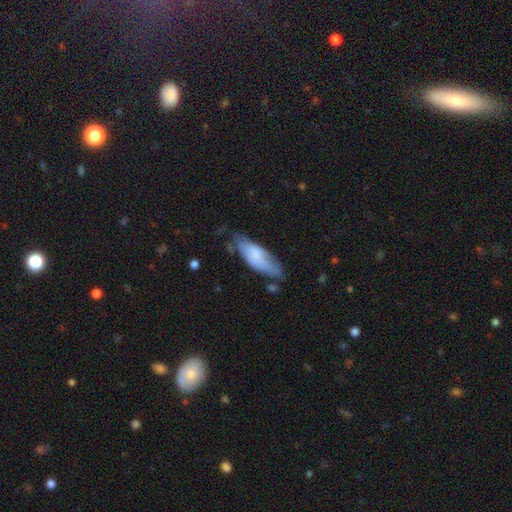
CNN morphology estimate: Q: Smooth or featured?
A: smooth (69%); runner-up: featured or disk (24%)
Q: How rounded?
A: in between (64%); runner-up: cigar-shaped (34%)
Q: Merging?
A: none (49%); runner-up: minor disturbance (36%)